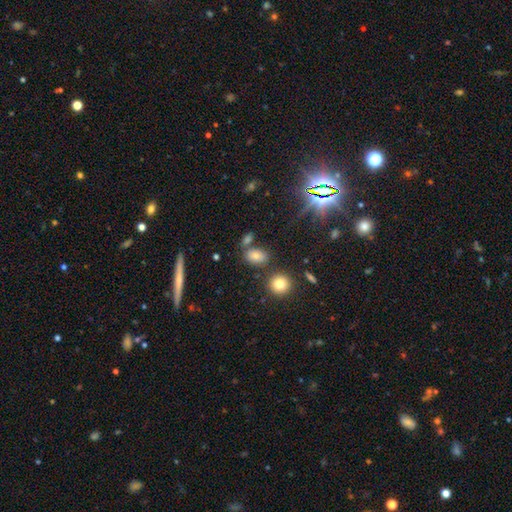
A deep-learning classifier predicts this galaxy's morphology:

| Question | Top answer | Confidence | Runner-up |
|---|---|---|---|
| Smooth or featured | smooth | 74% | star or artifact (14%) |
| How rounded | in between | 82% | round (16%) |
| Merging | none | 69% | merger (14%) |